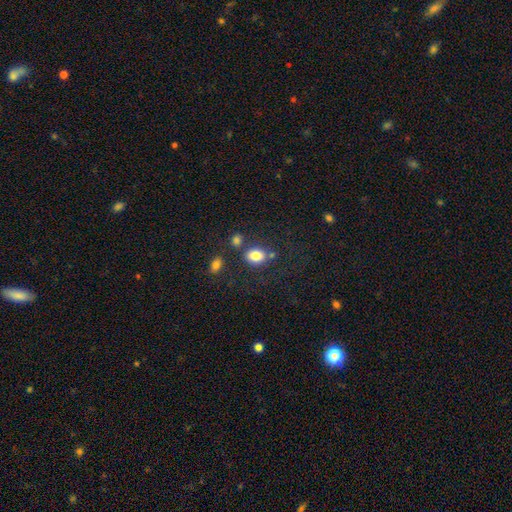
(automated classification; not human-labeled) This is clearly a smooth galaxy (81%). How rounded: possibly in between (59%). Merging: likely none (66%).